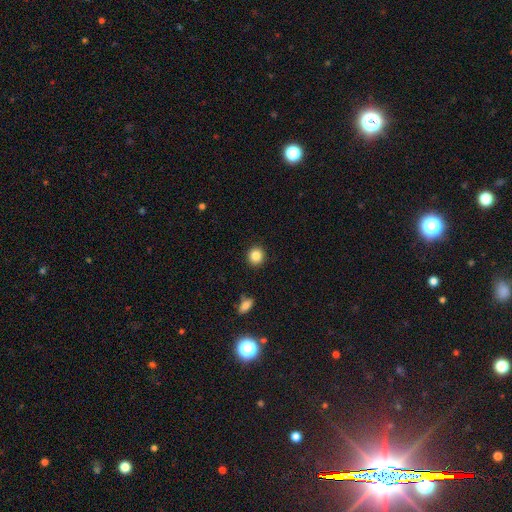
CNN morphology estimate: Overall: smooth (85%). How rounded: round (88%). Merging: none (91%).